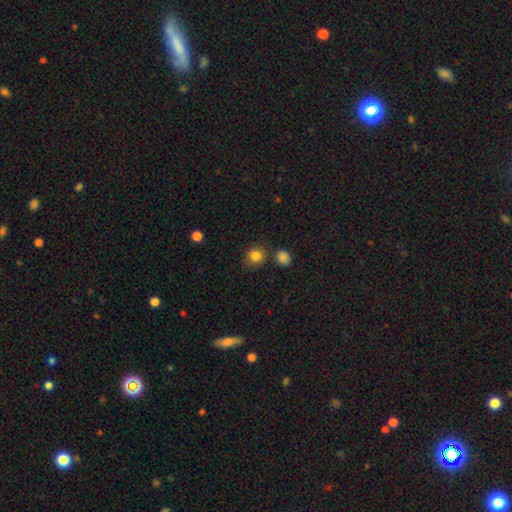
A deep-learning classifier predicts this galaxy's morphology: This is clearly a smooth galaxy (84%). How rounded: clearly round (85%). Merging: likely none (79%).